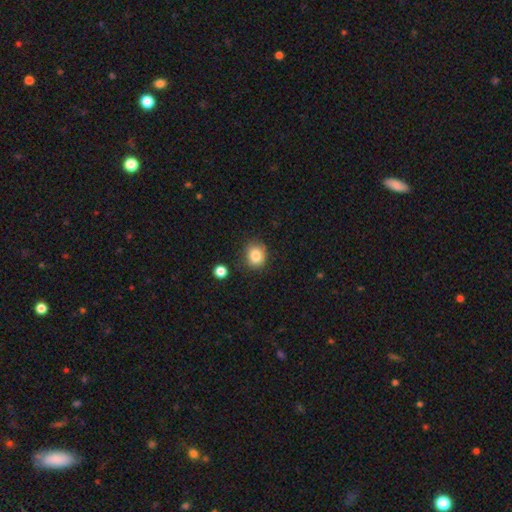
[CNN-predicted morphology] smooth 82%, star or artifact 10%, featured or disk 7%. Down the decision tree: how rounded — round (73%); merging — none (76%).